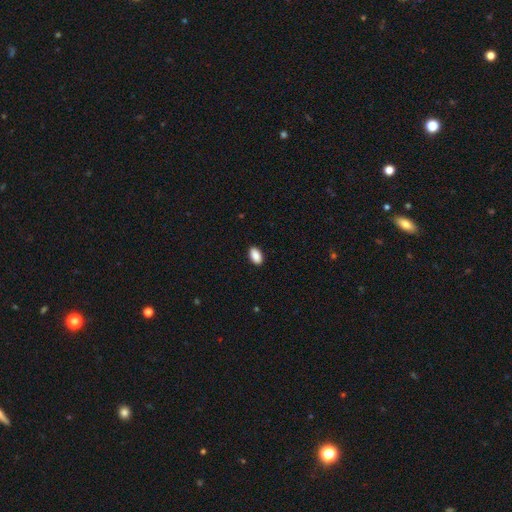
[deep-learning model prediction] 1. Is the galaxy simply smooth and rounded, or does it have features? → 90% smooth, 7% star or artifact, 3% featured or disk.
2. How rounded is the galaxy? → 94% in between, 4% round, 2% cigar-shaped.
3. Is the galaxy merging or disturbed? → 90% none, 7% minor disturbance, 2% major disturbance, 1% merger.